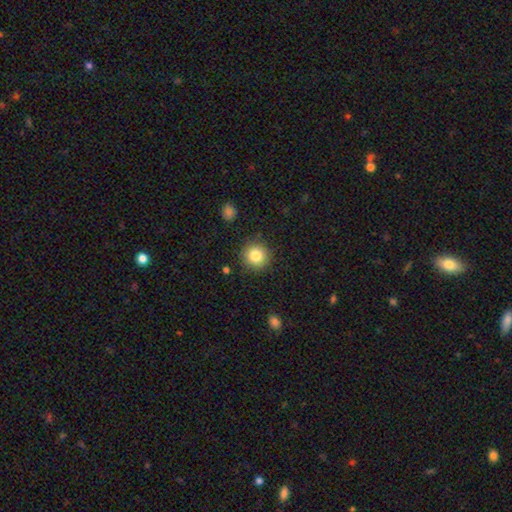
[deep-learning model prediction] Q: Smooth or featured?
A: smooth (83%); runner-up: star or artifact (10%)
Q: How rounded?
A: round (93%); runner-up: in between (6%)
Q: Merging?
A: none (89%); runner-up: minor disturbance (7%)